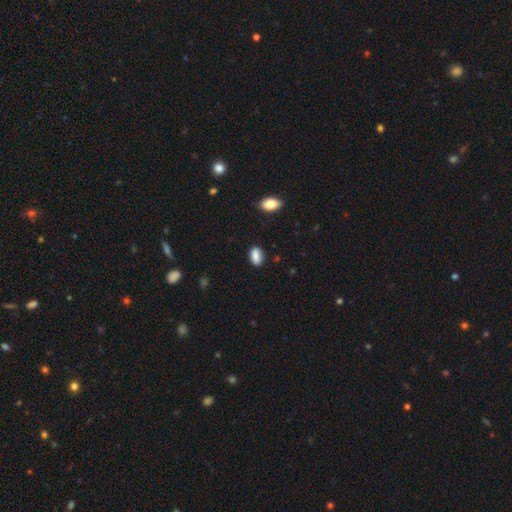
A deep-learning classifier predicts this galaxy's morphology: The model was most divided on "merging": none: 86%, minor disturbance: 10%, major disturbance: 2%, merger: 2%. More confident: how rounded — in between (89%); smooth or featured — smooth (87%).